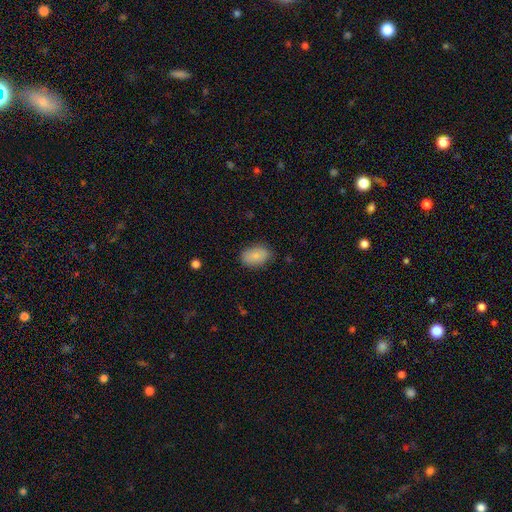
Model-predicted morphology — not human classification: Overall: smooth (83%). How rounded: in between (88%). Merging: none (81%).